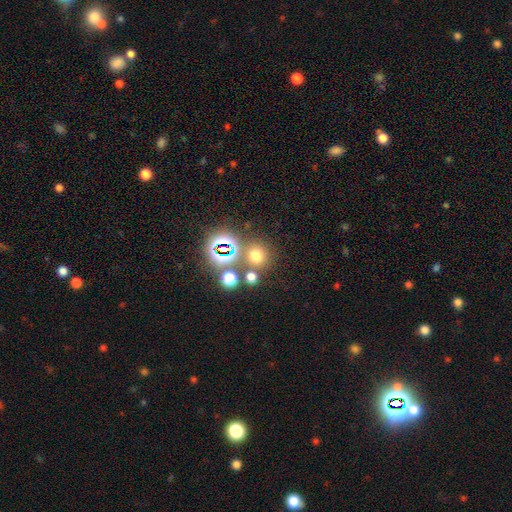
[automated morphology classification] smooth_or_featured: smooth (p=0.61) [alt: star or artifact p=0.31]
how_rounded: round (p=0.89) [alt: in between p=0.10]
merging: none (p=0.73) [alt: merger p=0.15]